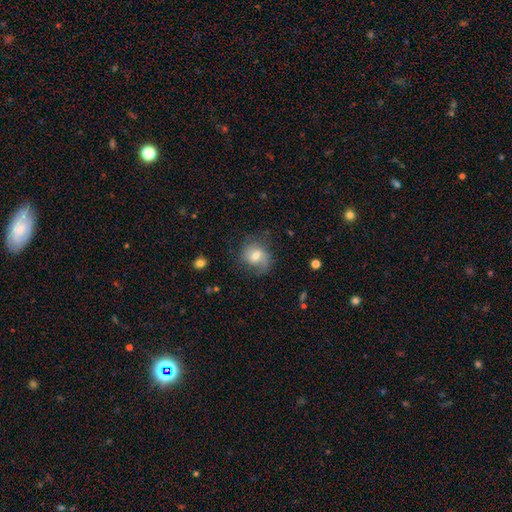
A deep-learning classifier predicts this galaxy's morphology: smooth 63%, featured or disk 28%, star or artifact 9%. Down the decision tree: how rounded — round (64%); merging — none (61%).